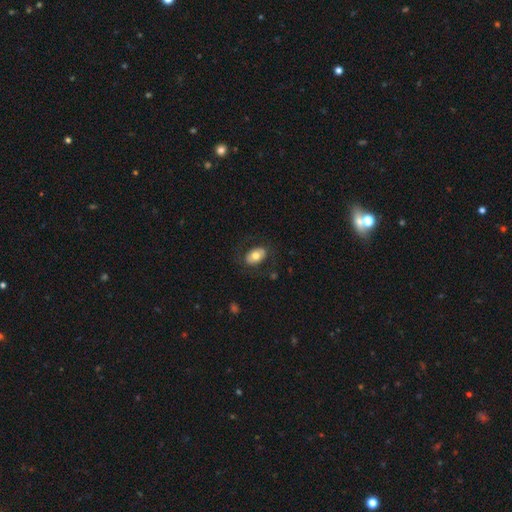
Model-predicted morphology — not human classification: Smooth or featured: smooth — 69% (featured or disk — 25%)
How rounded: in between — 86% (round — 13%)
Merging: none — 79% (minor disturbance — 13%)